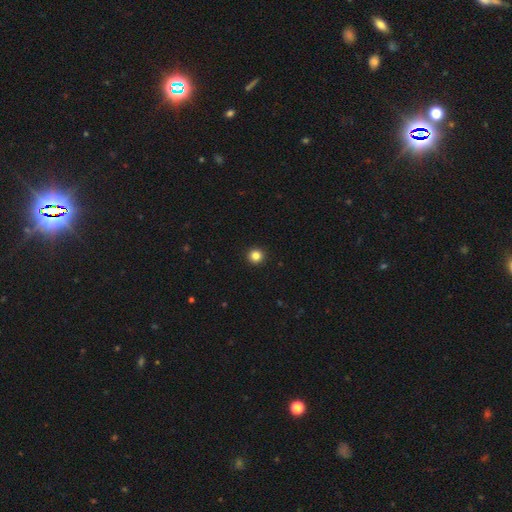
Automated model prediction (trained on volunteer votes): smooth_or_featured: smooth (p=0.84) [alt: star or artifact p=0.12]
how_rounded: round (p=0.96) [alt: in between p=0.03]
merging: none (p=0.94) [alt: minor disturbance p=0.04]